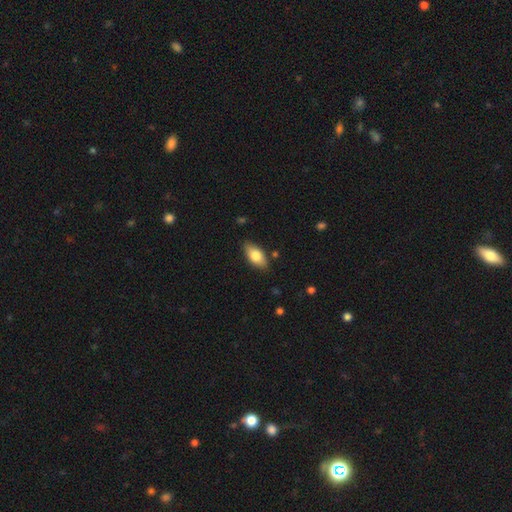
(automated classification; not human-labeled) smooth_or_featured: smooth (p=0.77) [alt: featured or disk p=0.16]
how_rounded: in between (p=0.90) [alt: cigar-shaped p=0.07]
merging: none (p=0.84) [alt: minor disturbance p=0.12]